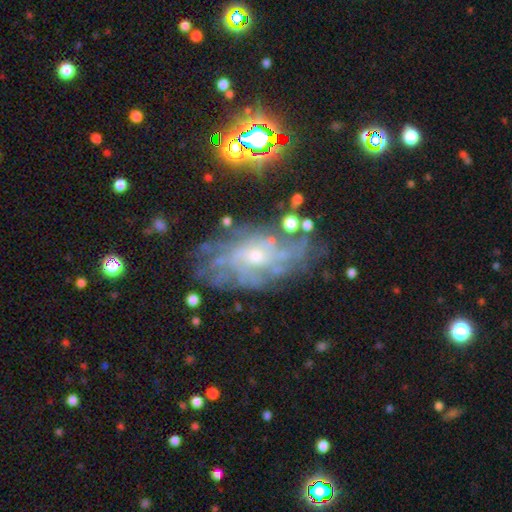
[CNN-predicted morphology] Smooth or featured: featured or disk — 76% (star or artifact — 12%)
Edge-on disk: no — 94% (yes — 6%)
Bar: no — 71% (weak — 24%)
Spiral arms: yes — 84% (no — 16%)
Spiral winding: tight — 51% (medium — 34%)
Spiral arm count: can't tell — 59% (more than 4 — 10%)
Bulge size: small — 60% (moderate — 34%)
Merging: none — 68% (minor disturbance — 19%)